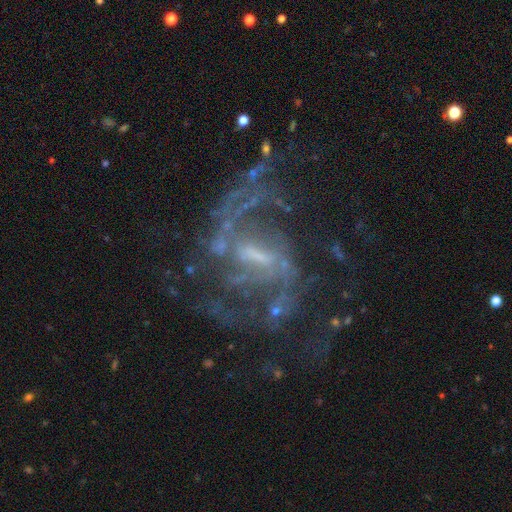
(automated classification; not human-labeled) Morphology: type=featured or disk (86%); edge-on=no (97%); bar=weak (52%); spiral arms=yes (91%); winding=medium (47%); arm count=2 (47%); bulge=small (44%); merging=none (53%).